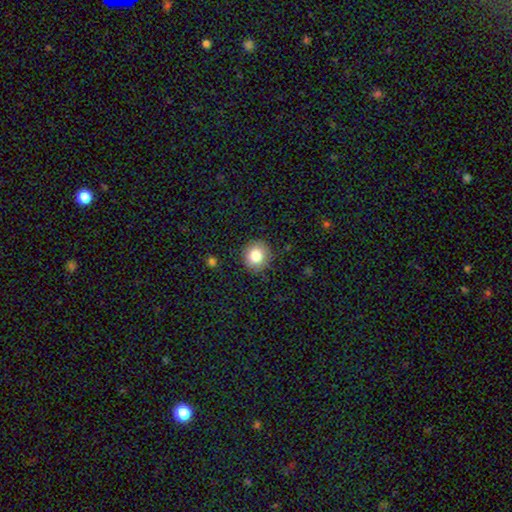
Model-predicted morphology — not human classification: Overall: smooth (83%). How rounded: round (85%). Merging: none (86%).